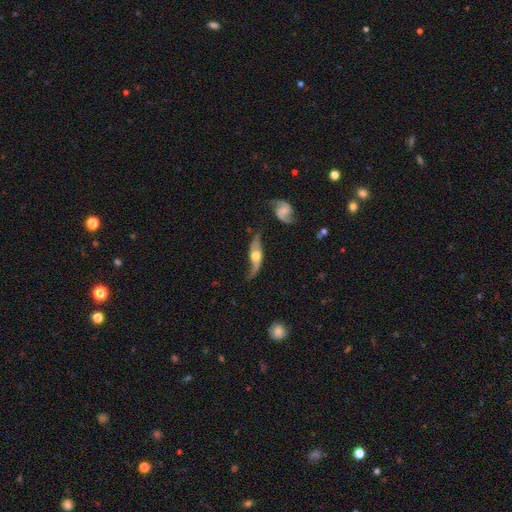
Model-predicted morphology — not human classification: Smooth or featured? Predicted: featured or disk (p=0.78). Edge-on disk? Predicted: no (p=0.67). Bar? Predicted: no (p=0.70). Spiral arms? Predicted: yes (p=0.86). Bulge size? Predicted: moderate (p=0.64). Merging? Predicted: none (p=0.51).